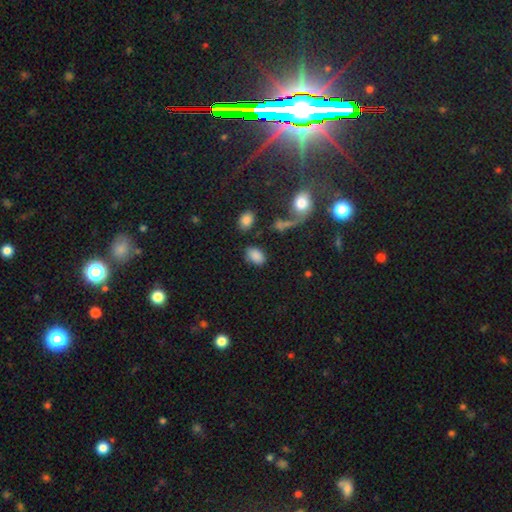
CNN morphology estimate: Smooth or featured?
  - smooth: 84% *
  - star or artifact: 9%
  - featured or disk: 7%
How rounded?
  - in between: 88% *
  - round: 11%
  - cigar-shaped: 2%
Merging?
  - none: 70% *
  - minor disturbance: 15%
  - major disturbance: 8%
  - merger: 7%